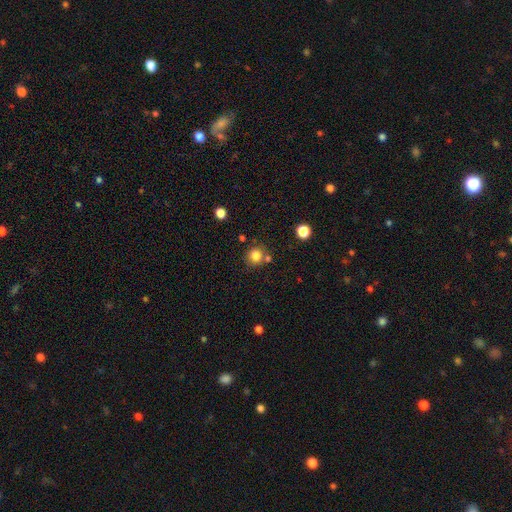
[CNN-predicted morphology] The model was most divided on "merging": none: 73%, merger: 13%, minor disturbance: 10%, major disturbance: 3%. More confident: how rounded — round (90%); smooth or featured — smooth (81%).